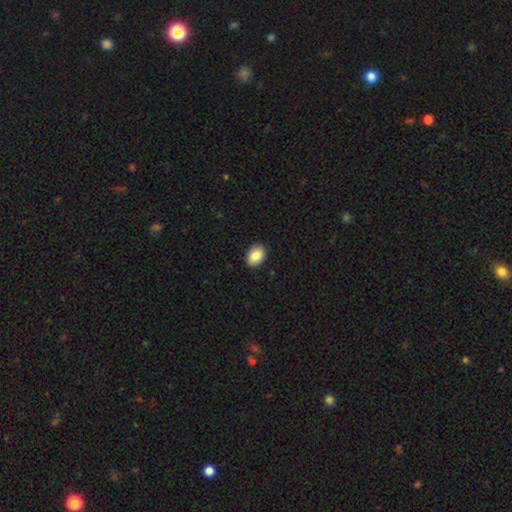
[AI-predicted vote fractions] A smooth galaxy with no disk features (88%) that is in between round and cigar-shaped (81%).

Vote fractions:
- Smooth or featured? smooth: 88% / star or artifact: 7% / featured or disk: 5%
- How rounded? in between: 81% / round: 18% / cigar-shaped: 1%
- Merging? none: 90% / minor disturbance: 8% / major disturbance: 2% / merger: 1%